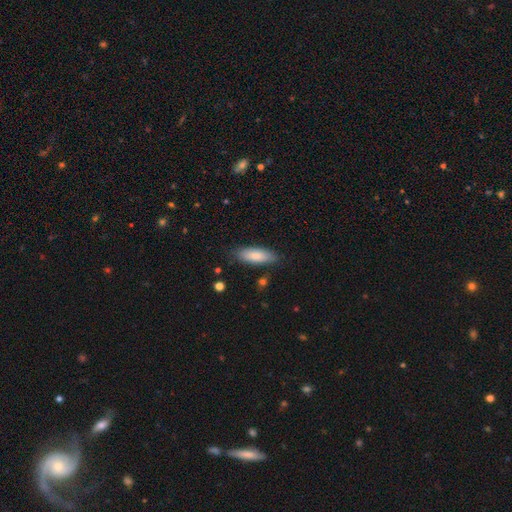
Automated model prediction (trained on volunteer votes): Morphology: type=smooth (82%); roundness=in between (64%); merging=none (83%).